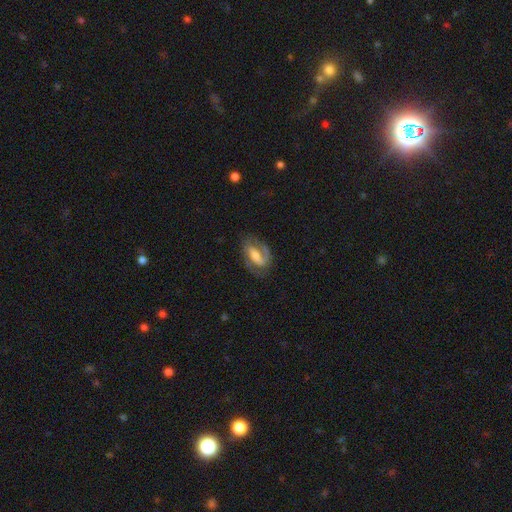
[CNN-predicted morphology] Q: Smooth or featured?
A: featured or disk (71%); runner-up: smooth (22%)
Q: Edge-on disk?
A: no (95%); runner-up: yes (5%)
Q: Bar?
A: weak (39%); runner-up: strong (37%)
Q: Spiral arms?
A: yes (88%); runner-up: no (12%)
Q: Spiral winding?
A: medium (46%); runner-up: tight (34%)
Q: Spiral arm count?
A: 2 (60%); runner-up: 1 (30%)
Q: Bulge size?
A: moderate (46%); runner-up: small (29%)
Q: Merging?
A: none (64%); runner-up: minor disturbance (20%)